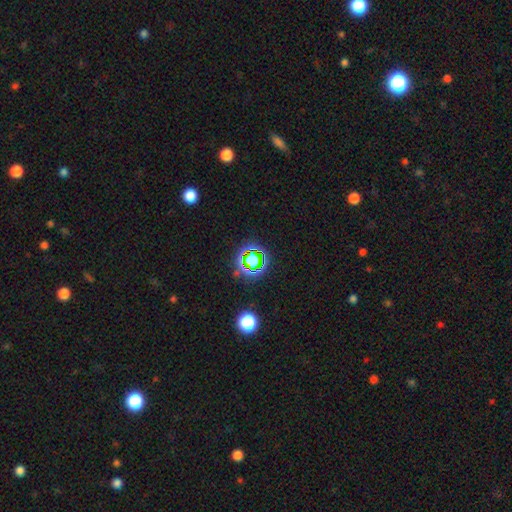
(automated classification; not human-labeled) Overall: star or artifact (65%).